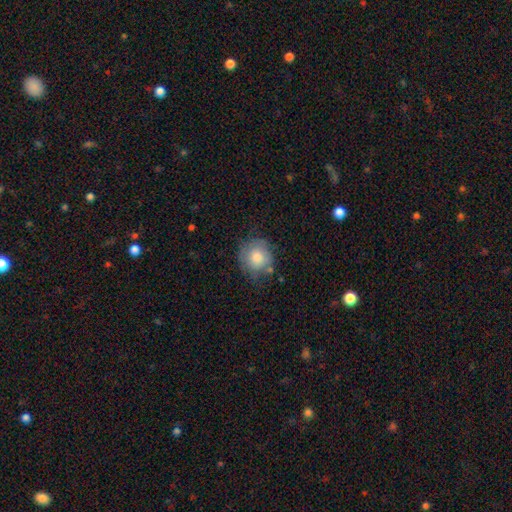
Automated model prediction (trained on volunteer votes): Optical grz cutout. It shows a smooth galaxy with no disk features (75%) that is round (86%). Merging: none (64%).